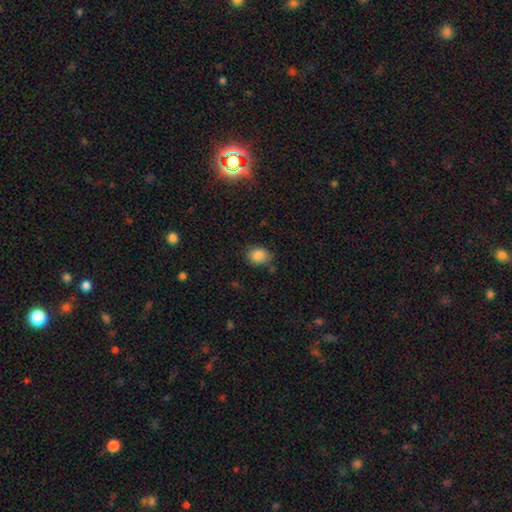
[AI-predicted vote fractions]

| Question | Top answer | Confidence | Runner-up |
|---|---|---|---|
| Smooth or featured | smooth | 85% | star or artifact (10%) |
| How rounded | round | 50% | in between (49%) |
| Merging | none | 76% | minor disturbance (17%) |